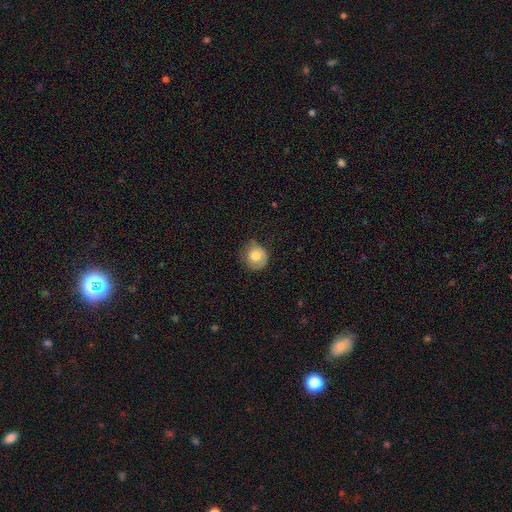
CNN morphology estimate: smooth-or-featured: smooth: 78% | featured or disk: 14% | star or artifact: 9%
  how-rounded: round: 86% | in between: 13% | cigar-shaped: 1%
  merging: none: 65% | minor disturbance: 27% | major disturbance: 7% | merger: 1%